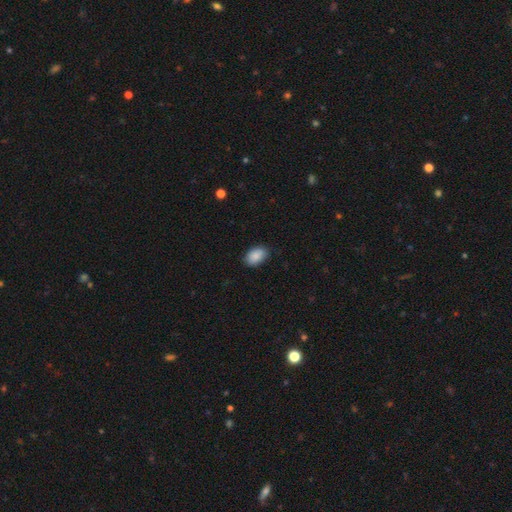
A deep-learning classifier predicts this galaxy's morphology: Overall: smooth (89%). How rounded: in between (89%). Merging: none (84%).